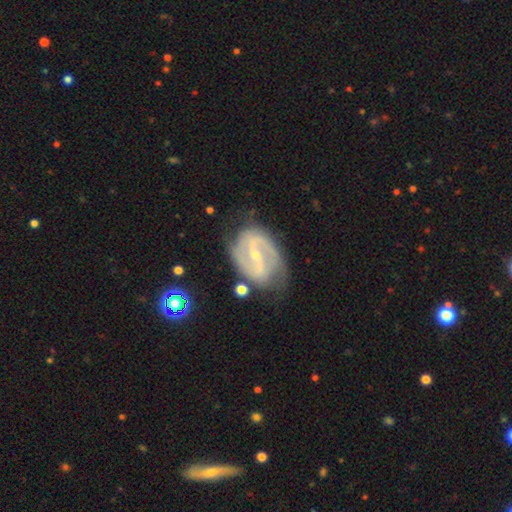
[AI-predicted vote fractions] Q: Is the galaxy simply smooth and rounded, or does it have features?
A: featured or disk — 86%.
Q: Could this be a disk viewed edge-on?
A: no — 96%.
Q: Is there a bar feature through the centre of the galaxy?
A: strong — 47%.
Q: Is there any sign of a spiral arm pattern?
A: yes — 93%.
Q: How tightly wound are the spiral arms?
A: medium — 49%.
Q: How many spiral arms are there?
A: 2 — 85%.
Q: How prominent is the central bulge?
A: small — 69%.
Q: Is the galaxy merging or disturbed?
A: none — 68%.